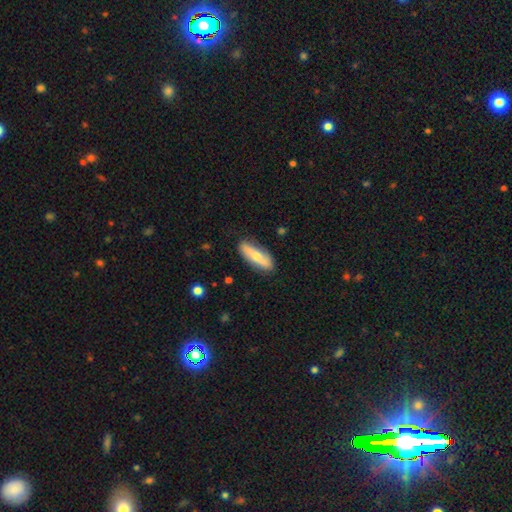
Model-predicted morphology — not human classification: Overall: smooth (50%; featured or disk 45%). Merging: none (84%).